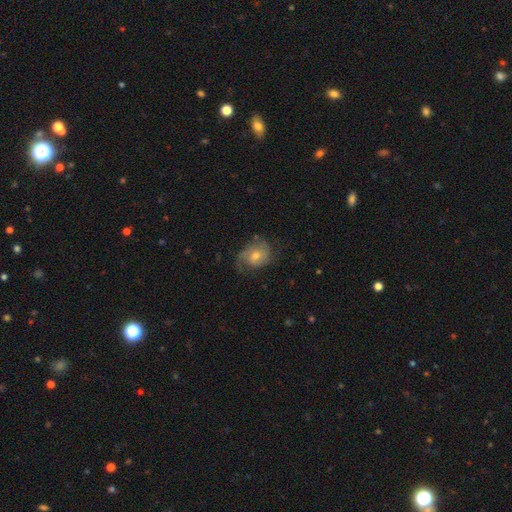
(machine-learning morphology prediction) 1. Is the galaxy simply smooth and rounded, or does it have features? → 66% featured or disk, 25% smooth, 9% star or artifact.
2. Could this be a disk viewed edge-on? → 97% no, 3% yes.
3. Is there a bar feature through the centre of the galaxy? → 68% no, 27% weak, 4% strong.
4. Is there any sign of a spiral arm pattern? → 88% yes, 12% no.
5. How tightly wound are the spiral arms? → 42% medium, 33% tight, 25% loose.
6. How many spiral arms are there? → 45% 2, 23% 1, 20% can't tell, 8% 3, 2% 4, 2% more than 4.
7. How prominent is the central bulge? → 60% moderate, 33% small, 4% large, 2% none, 1% dominant.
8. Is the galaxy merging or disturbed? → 59% none, 24% minor disturbance, 15% major disturbance, 2% merger.